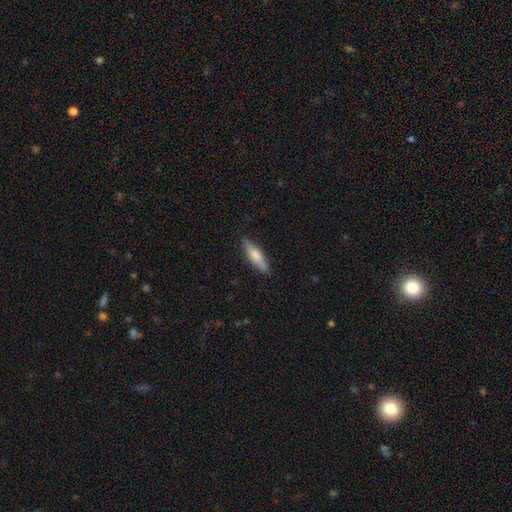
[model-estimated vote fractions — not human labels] A smooth galaxy with no disk features (69%) that is cigar-shaped (68%).

Vote fractions:
- Smooth or featured? smooth: 69% / featured or disk: 25% / star or artifact: 6%
- How rounded? cigar-shaped: 68% / in between: 30% / round: 2%
- Merging? none: 84% / minor disturbance: 12% / major disturbance: 2% / merger: 1%